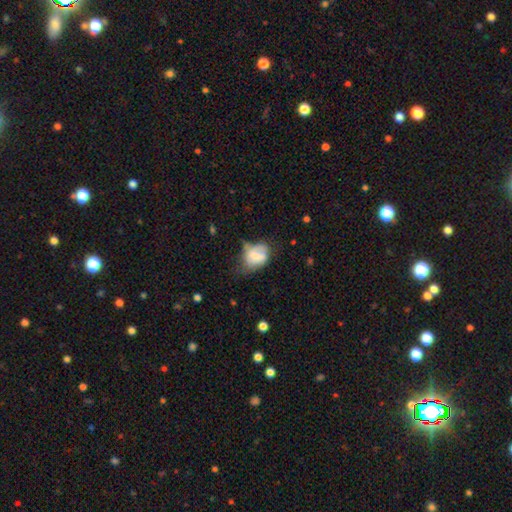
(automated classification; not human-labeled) smooth_or_featured: smooth (p=0.62) [alt: featured or disk p=0.29]
how_rounded: in between (p=0.65) [alt: round p=0.34]
merging: minor disturbance (p=0.33) [alt: none p=0.29]